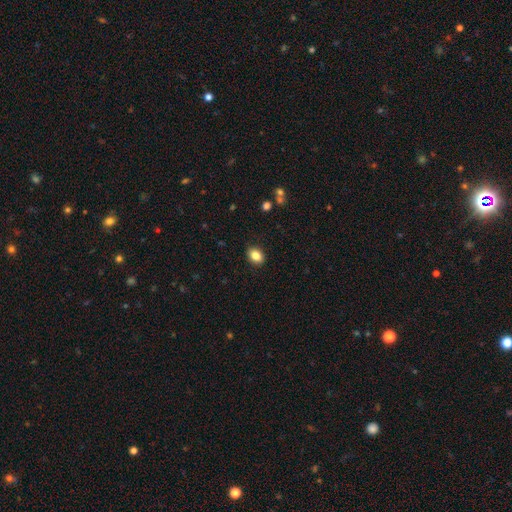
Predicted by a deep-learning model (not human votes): Morphology: type=smooth (85%); roundness=in between (70%); merging=none (89%).